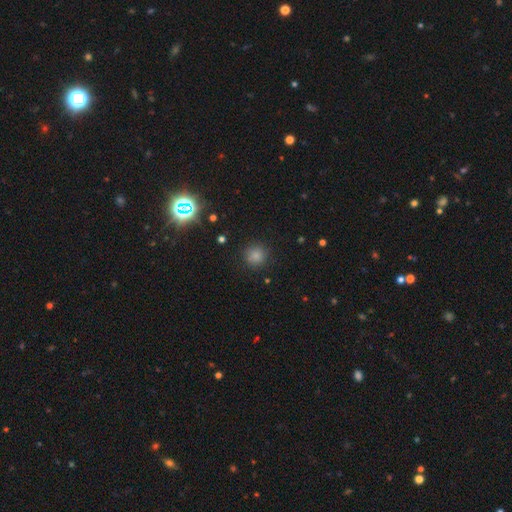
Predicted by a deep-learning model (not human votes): Smooth or featured: smooth — 78% (star or artifact — 17%)
How rounded: round — 93% (in between — 6%)
Merging: none — 86% (minor disturbance — 8%)